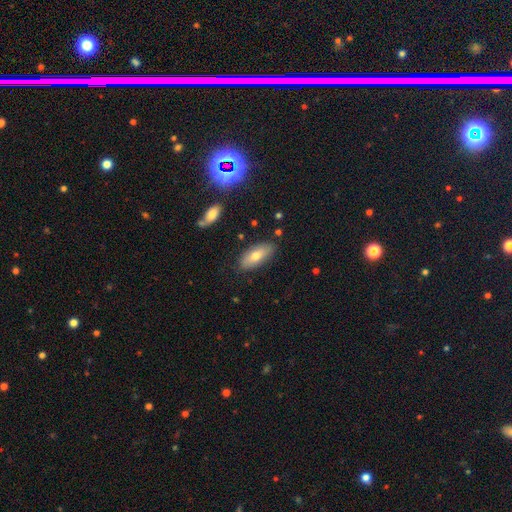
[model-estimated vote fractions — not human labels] The model was most divided on "smooth or featured": smooth: 69%, featured or disk: 24%, star or artifact: 7%. More confident: how rounded — in between (83%); merging — none (83%).